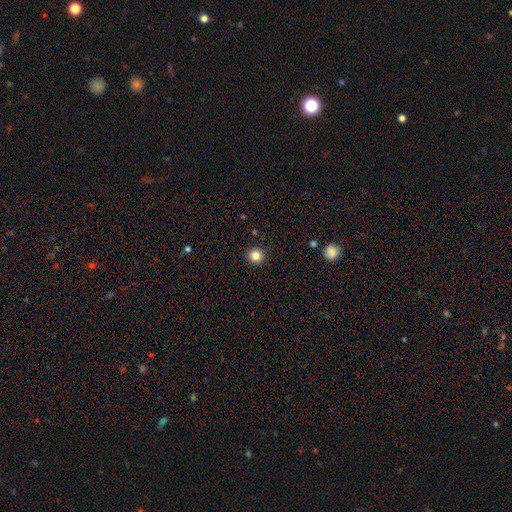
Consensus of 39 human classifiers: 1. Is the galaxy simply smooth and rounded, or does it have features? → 87% smooth, 10% star or artifact, 3% featured or disk.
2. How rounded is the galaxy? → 94% round, 6% in between, 0% cigar-shaped.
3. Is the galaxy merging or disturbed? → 89% none, 6% minor disturbance, 6% major disturbance, 0% merger.